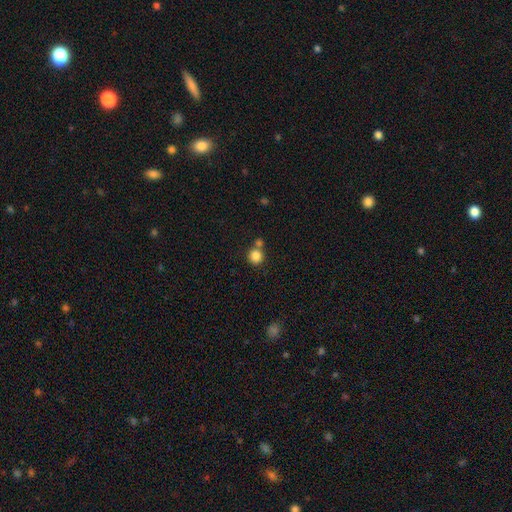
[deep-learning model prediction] Overall: smooth (84%). How rounded: round (91%). Merging: none (62%; merger 26%).